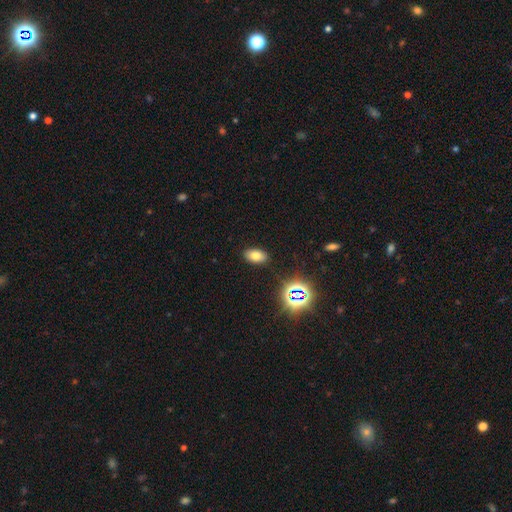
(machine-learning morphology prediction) This is likely a smooth galaxy (71%). How rounded: clearly in between (91%). Merging: clearly none (88%).